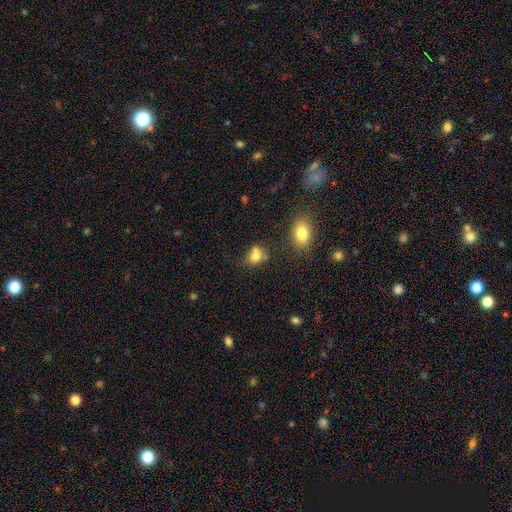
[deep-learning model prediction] This is likely a smooth galaxy (75%). How rounded: possibly round (52%). Merging: marginally merger (38%).